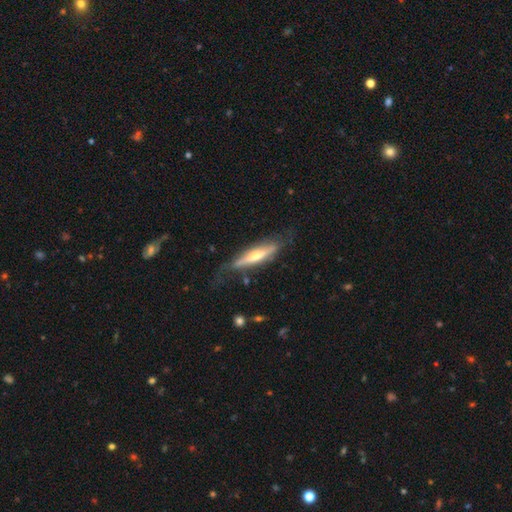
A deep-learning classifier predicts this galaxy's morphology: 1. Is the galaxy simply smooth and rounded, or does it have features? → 65% featured or disk, 30% smooth, 5% star or artifact.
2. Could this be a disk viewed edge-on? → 80% yes, 20% no.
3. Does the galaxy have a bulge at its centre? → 81% rounded, 12% none, 7% boxy.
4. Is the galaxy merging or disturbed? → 62% none, 25% minor disturbance, 11% major disturbance, 2% merger.